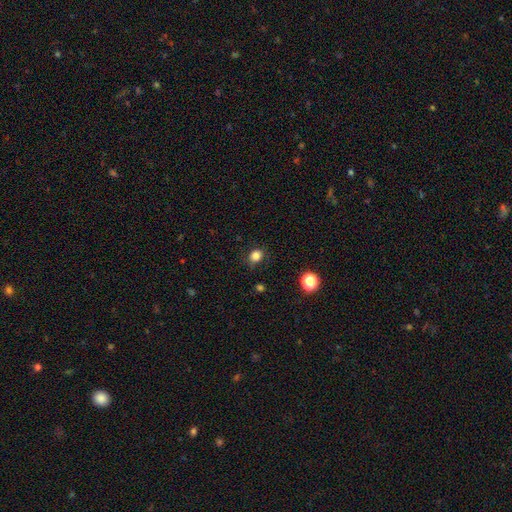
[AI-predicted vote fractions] Smooth or featured: smooth — 83% (star or artifact — 12%)
How rounded: round — 59% (in between — 40%)
Merging: none — 82% (minor disturbance — 13%)